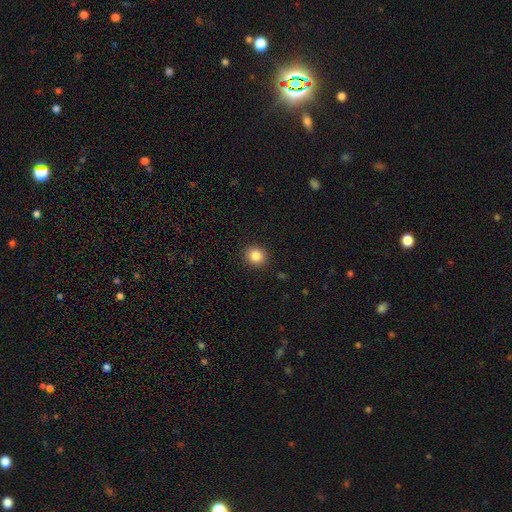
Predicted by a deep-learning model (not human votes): Smooth or featured? smooth (85%)
How rounded? round (81%)
Merging? none (91%)